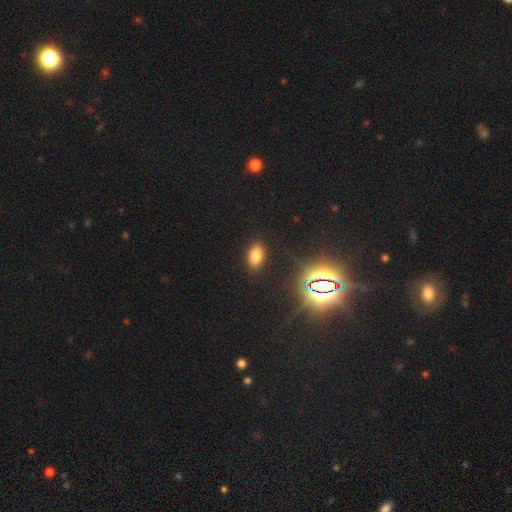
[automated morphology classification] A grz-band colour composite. It shows a smooth galaxy with no disk features (75%) that is in between round and cigar-shaped (90%). Merging: none (89%).